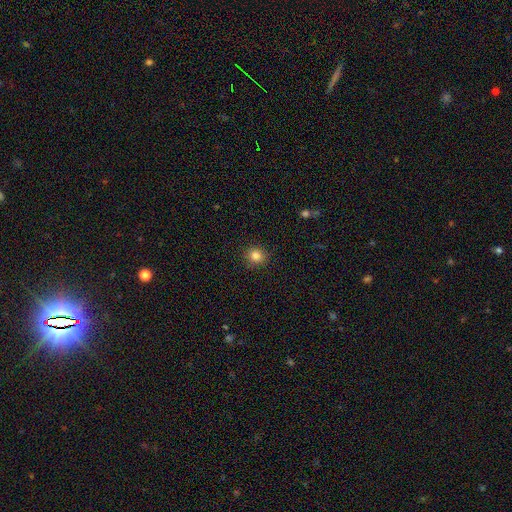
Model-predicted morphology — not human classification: type=smooth (83%); roundness=round (88%); merging=none (91%).